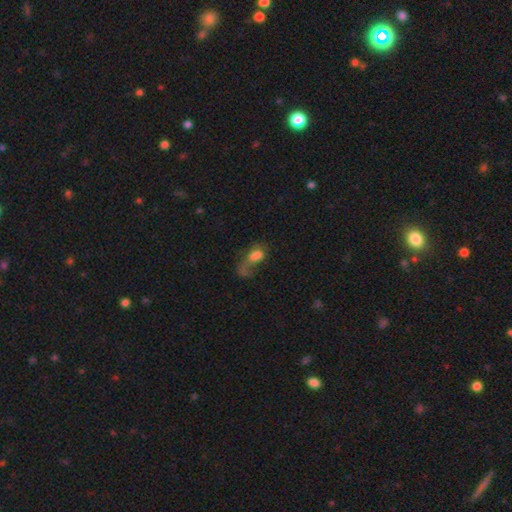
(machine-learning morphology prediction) smooth_or_featured: smooth (p=0.58) [alt: featured or disk p=0.28]
how_rounded: in between (p=0.78) [alt: round p=0.17]
merging: major disturbance (p=0.53) [alt: none p=0.19]